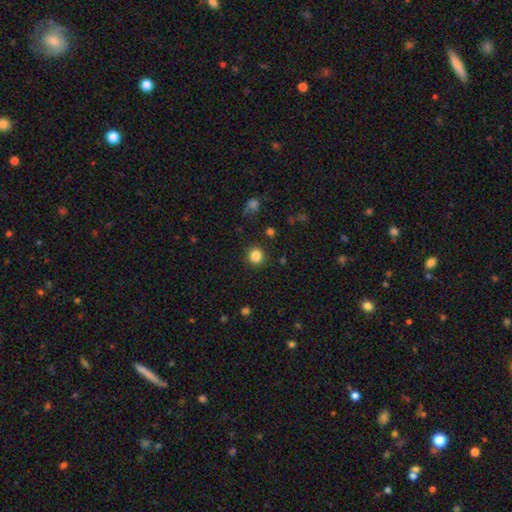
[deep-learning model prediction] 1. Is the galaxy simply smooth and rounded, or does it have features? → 84% smooth, 12% star or artifact, 4% featured or disk.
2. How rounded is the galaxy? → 91% round, 8% in between, 1% cigar-shaped.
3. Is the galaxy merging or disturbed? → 90% none, 6% minor disturbance, 2% major disturbance, 1% merger.